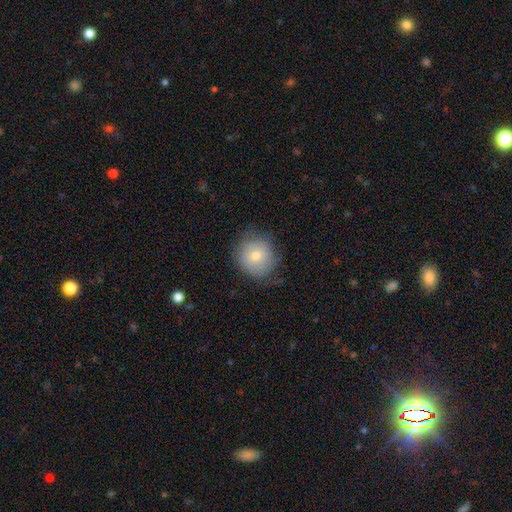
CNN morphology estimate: smooth 73%, featured or disk 17%, star or artifact 10%. Down the decision tree: how rounded — round (89%); merging — none (75%).